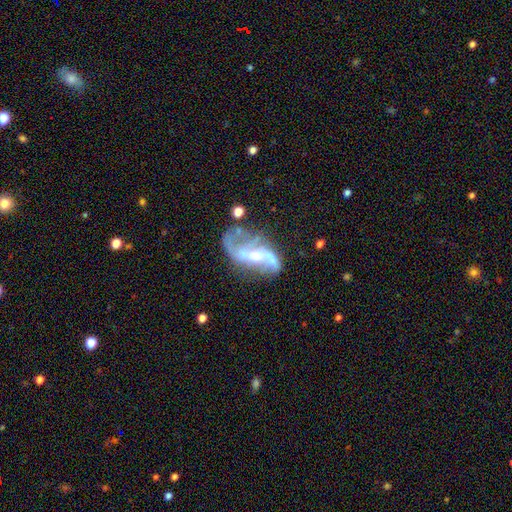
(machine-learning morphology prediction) Smooth or featured? Predicted: featured or disk (p=0.87). Edge-on disk? Predicted: no (p=0.97). Bar? Predicted: weak (p=0.39). Spiral arms? Predicted: yes (p=0.93). Spiral winding? Predicted: loose (p=0.70). Spiral arm count? Predicted: 2 (p=0.84). Bulge size? Predicted: moderate (p=0.51). Merging? Predicted: none (p=0.47).